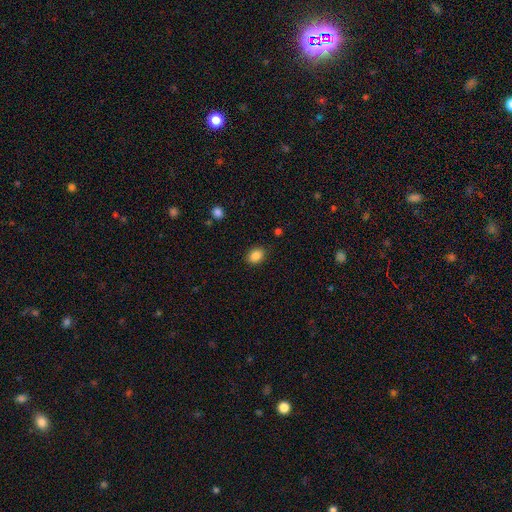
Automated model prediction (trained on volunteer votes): This is clearly a smooth galaxy (87%). How rounded: likely in between (66%). Merging: clearly none (87%).